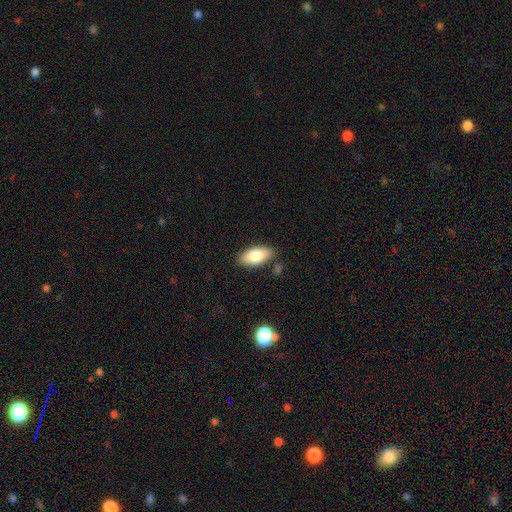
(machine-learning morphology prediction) The model was most divided on "smooth or featured": smooth: 80%, featured or disk: 13%, star or artifact: 7%. More confident: how rounded — in between (92%); merging — none (81%).